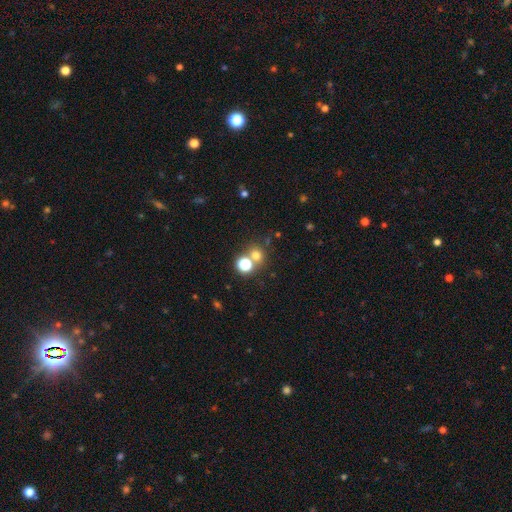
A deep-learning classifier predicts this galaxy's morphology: Smooth or featured: smooth — 67% (star or artifact — 24%)
How rounded: round — 83% (in between — 16%)
Merging: none — 64% (merger — 25%)